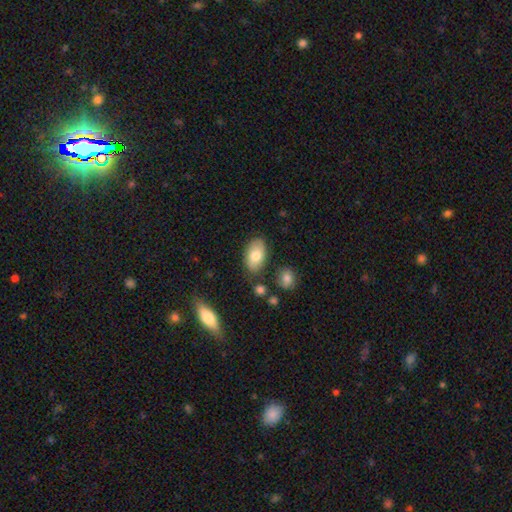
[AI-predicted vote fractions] Smooth or featured? smooth (78%)
How rounded? in between (94%)
Merging? none (79%)